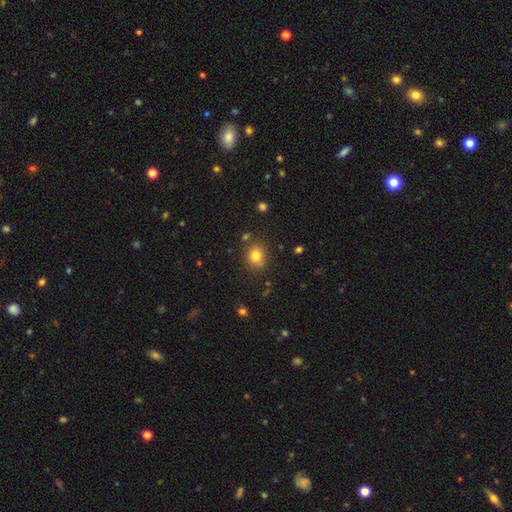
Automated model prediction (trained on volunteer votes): Smooth or featured: smooth — 79% (star or artifact — 13%)
How rounded: round — 68% (in between — 31%)
Merging: none — 75% (minor disturbance — 15%)